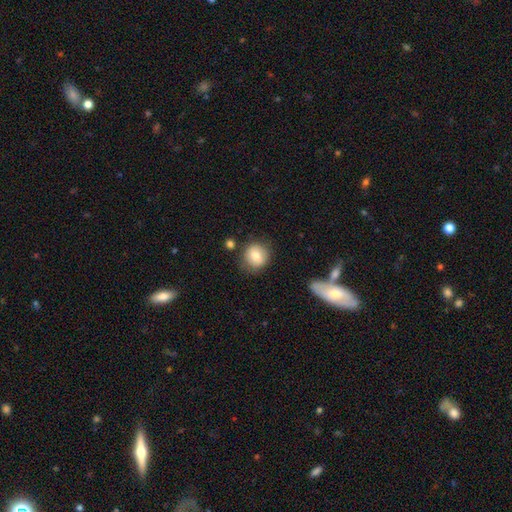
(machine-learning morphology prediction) Smooth or featured? Predicted: smooth (p=0.76). How rounded? Predicted: round (p=0.85). Merging? Predicted: none (p=0.77).